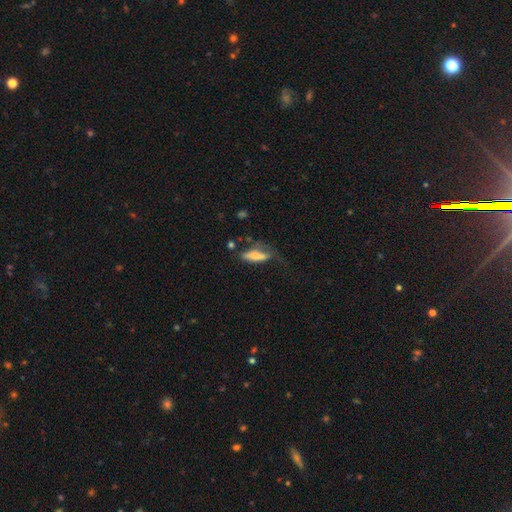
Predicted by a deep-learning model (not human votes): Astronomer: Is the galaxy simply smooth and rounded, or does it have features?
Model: smooth — 71%.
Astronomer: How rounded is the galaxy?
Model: cigar-shaped — 51% (runner-up: in between, 46%).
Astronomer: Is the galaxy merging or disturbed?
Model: none — 34% (runner-up: minor disturbance, 31%).